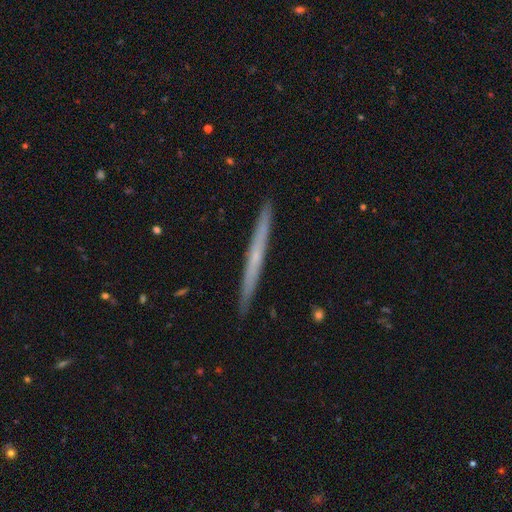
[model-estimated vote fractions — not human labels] smooth_or_featured: featured or disk (p=0.55) [alt: smooth p=0.38]
disk_edge_on: yes (p=0.97) [alt: no p=0.03]
edge_on_bulge: none (p=0.81) [alt: rounded p=0.16]
merging: none (p=0.92) [alt: minor disturbance p=0.06]